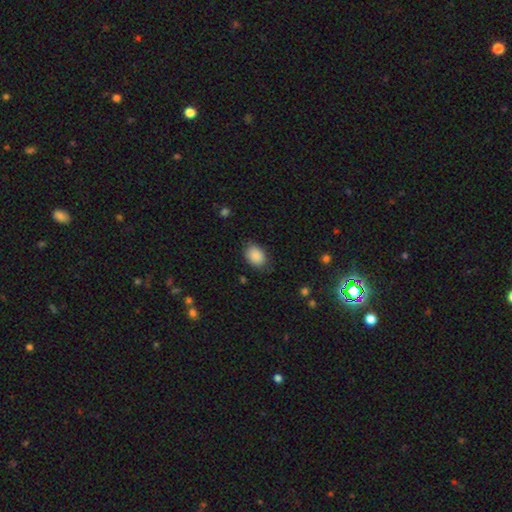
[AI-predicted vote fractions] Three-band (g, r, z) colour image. It shows a smooth galaxy with no disk features (89%) that is in between round and cigar-shaped (77%). Merging: none (78%).